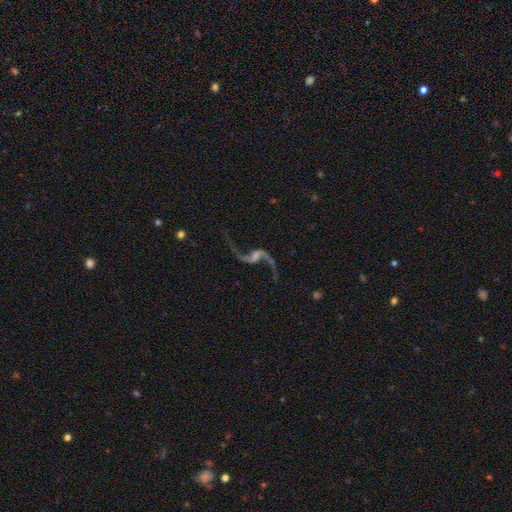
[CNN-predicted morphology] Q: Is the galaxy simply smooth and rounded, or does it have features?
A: featured or disk — 91%.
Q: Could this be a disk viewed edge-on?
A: no — 97%.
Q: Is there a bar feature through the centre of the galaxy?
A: weak — 43%.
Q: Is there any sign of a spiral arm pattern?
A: yes — 97%.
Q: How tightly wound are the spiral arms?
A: loose — 93%.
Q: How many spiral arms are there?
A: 2 — 94%.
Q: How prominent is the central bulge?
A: small — 39%.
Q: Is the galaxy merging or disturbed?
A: none — 76%.